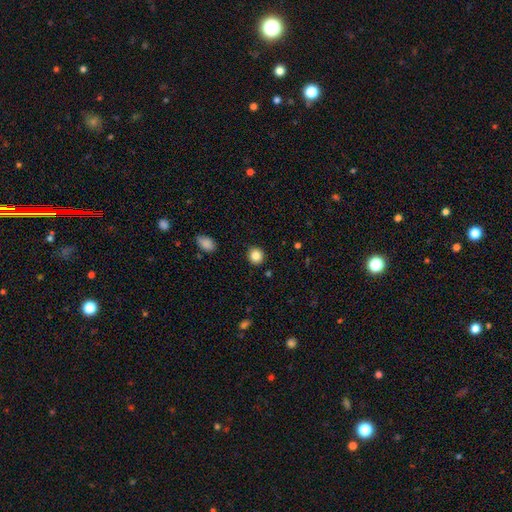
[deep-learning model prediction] smooth-or-featured: smooth: 86% | star or artifact: 10% | featured or disk: 5%
  how-rounded: round: 90% | in between: 9% | cigar-shaped: 1%
  merging: none: 91% | minor disturbance: 6% | major disturbance: 2% | merger: 1%